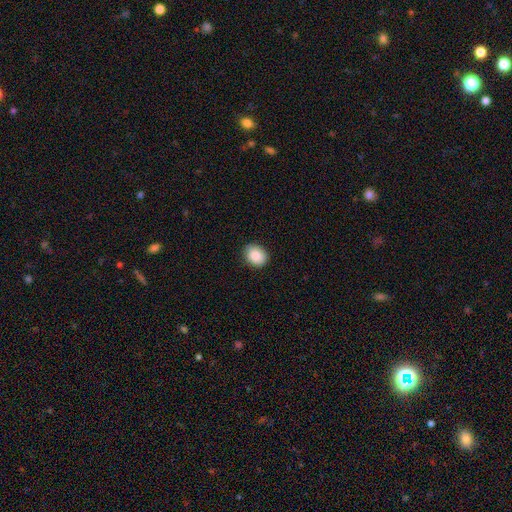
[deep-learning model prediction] Smooth or featured: smooth — 88% (star or artifact — 8%)
How rounded: round — 54% (in between — 45%)
Merging: none — 87% (minor disturbance — 10%)